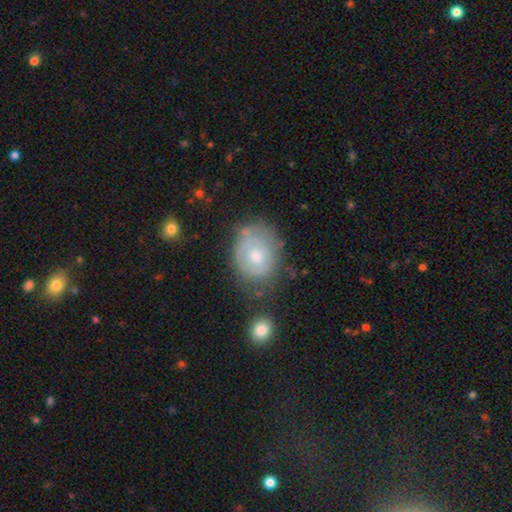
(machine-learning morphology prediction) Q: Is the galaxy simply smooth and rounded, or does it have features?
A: featured or disk — 49%.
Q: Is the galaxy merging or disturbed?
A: none — 61%.